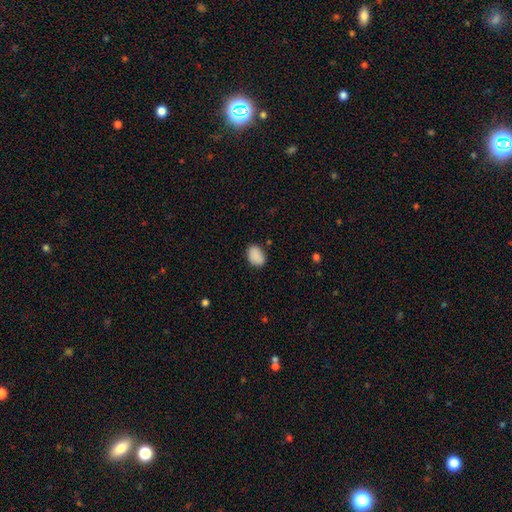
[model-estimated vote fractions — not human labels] smooth 89%, star or artifact 8%, featured or disk 4%. Down the decision tree: how rounded — in between (78%); merging — none (81%).